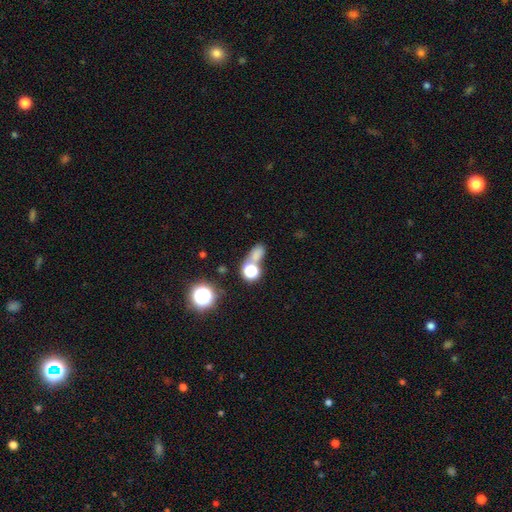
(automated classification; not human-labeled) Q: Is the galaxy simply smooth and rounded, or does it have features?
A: smooth — 64%.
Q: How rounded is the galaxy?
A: in between — 56%.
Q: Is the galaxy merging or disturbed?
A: none — 43%.